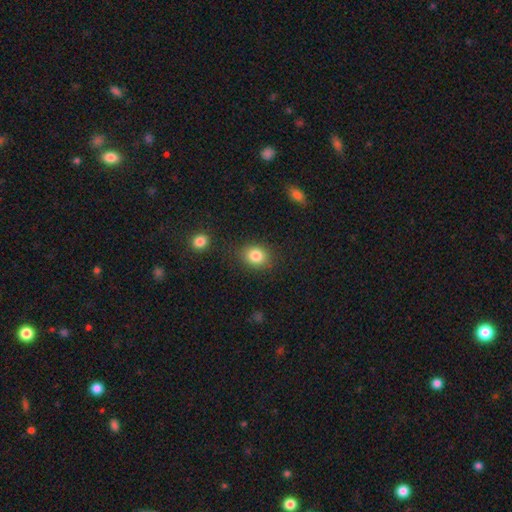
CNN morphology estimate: This appears to be a smooth galaxy with no disk features (84%) that is round (58%). Merging: none (84%).